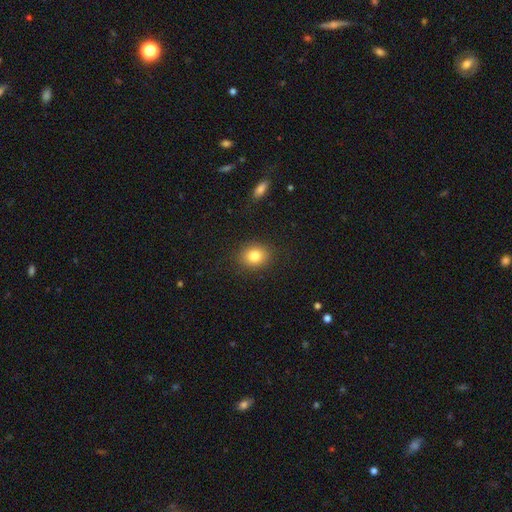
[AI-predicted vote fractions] Overall: smooth (83%). How rounded: round (59%; in between 40%). Merging: none (87%).